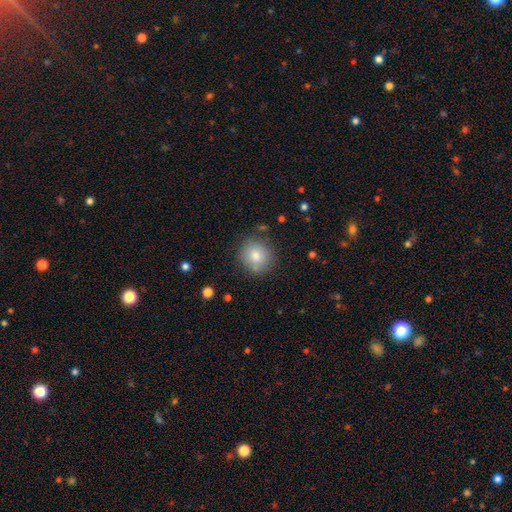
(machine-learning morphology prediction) The model was most divided on "smooth or featured": smooth: 80%, featured or disk: 11%, star or artifact: 9%. More confident: how rounded — round (90%); merging — none (82%).